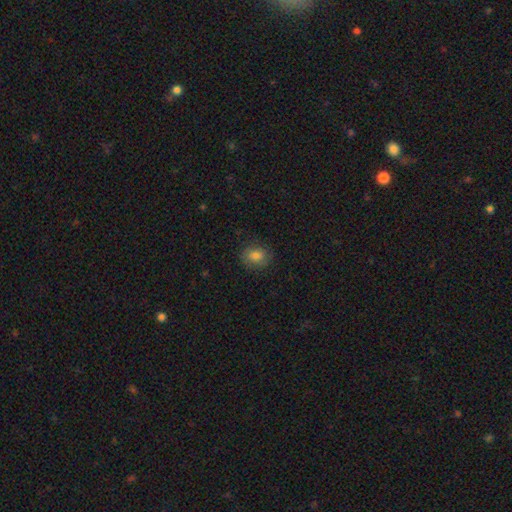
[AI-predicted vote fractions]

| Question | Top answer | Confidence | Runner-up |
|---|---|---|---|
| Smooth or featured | smooth | 81% | star or artifact (10%) |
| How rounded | round | 54% | in between (45%) |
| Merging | none | 82% | minor disturbance (13%) |